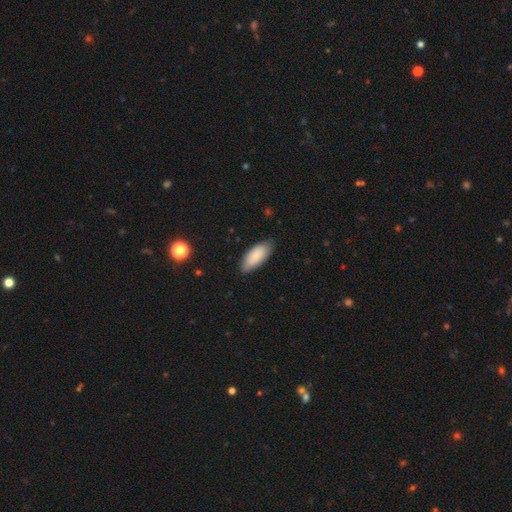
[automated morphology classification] type=smooth (82%); roundness=in between (86%); merging=none (79%).